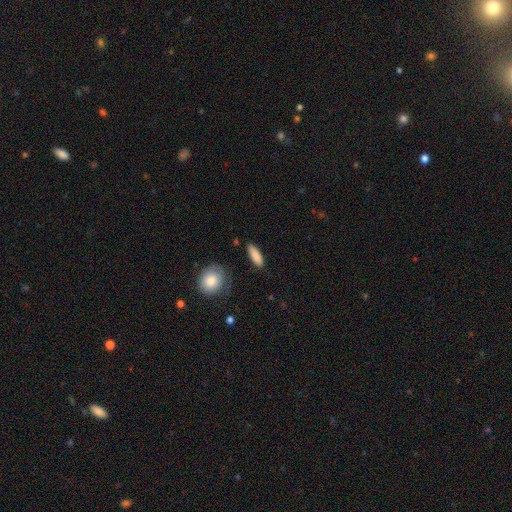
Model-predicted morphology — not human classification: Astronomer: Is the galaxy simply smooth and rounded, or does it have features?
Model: smooth — 87%.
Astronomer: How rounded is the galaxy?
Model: in between — 52% (runner-up: cigar-shaped, 46%).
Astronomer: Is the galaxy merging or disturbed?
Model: none — 84%.